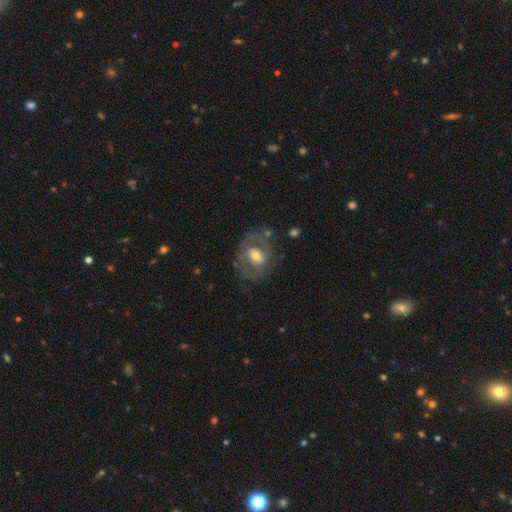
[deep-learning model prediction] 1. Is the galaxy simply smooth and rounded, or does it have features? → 66% featured or disk, 28% smooth, 6% star or artifact.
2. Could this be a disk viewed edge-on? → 96% no, 4% yes.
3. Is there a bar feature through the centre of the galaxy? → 48% no, 37% weak, 15% strong.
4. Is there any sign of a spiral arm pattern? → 52% yes, 48% no.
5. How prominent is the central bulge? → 66% moderate, 23% small, 9% large, 1% none, 1% dominant.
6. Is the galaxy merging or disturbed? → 63% none, 19% minor disturbance, 14% major disturbance, 3% merger.